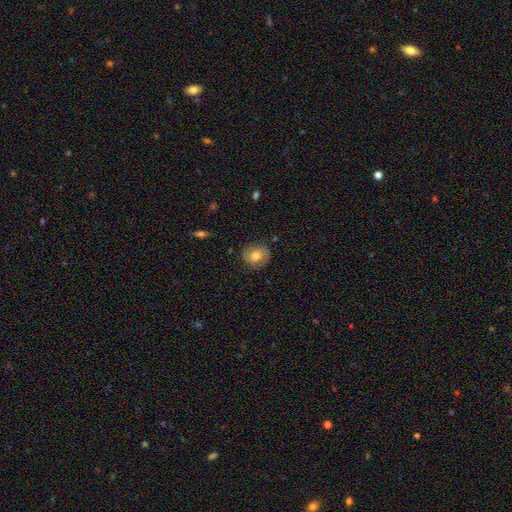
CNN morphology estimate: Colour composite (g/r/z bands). It shows a smooth galaxy with no disk features (60%) that is round (62%). Merging: none (79%).